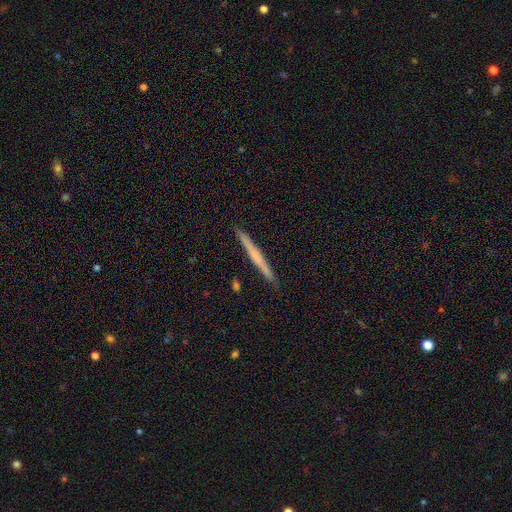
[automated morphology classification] The model was most divided on "smooth or featured": smooth: 48%, featured or disk: 47%, star or artifact: 6%. More confident: merging — none (92%).